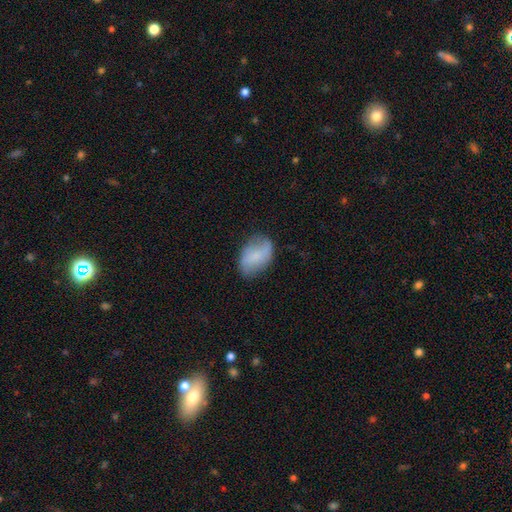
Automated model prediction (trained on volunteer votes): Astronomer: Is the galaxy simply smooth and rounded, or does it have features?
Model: smooth — 62%.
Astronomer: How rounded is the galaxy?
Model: in between — 86%.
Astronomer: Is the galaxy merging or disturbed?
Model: none — 67%.